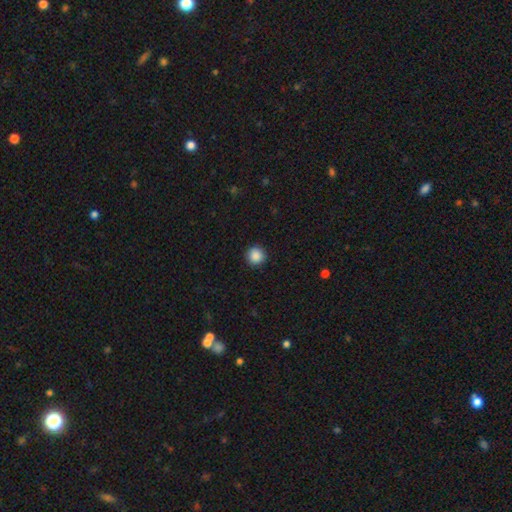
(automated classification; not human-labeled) Morphology: type=smooth (88%); roundness=round (95%); merging=none (92%).